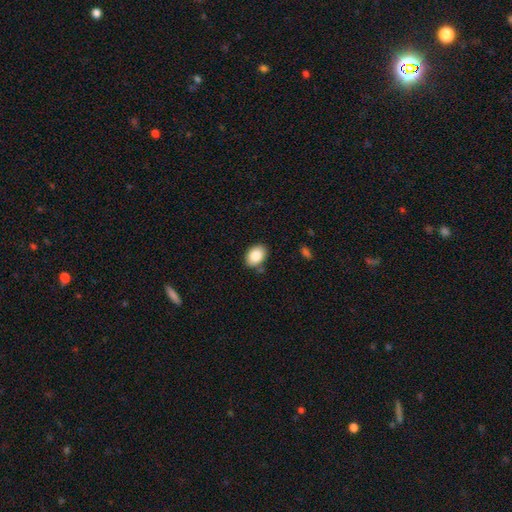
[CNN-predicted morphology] smooth-or-featured: smooth: 86% | star or artifact: 8% | featured or disk: 7%
  how-rounded: in between: 77% | round: 22% | cigar-shaped: 1%
  merging: none: 82% | minor disturbance: 12% | merger: 4% | major disturbance: 3%